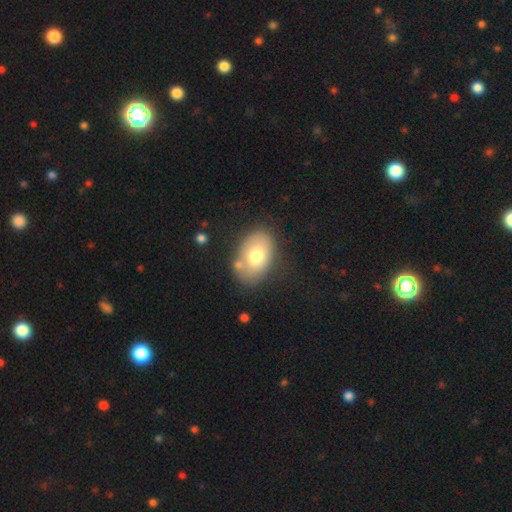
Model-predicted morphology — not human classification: type=smooth (70%); roundness=in between (84%); merging=none (72%).